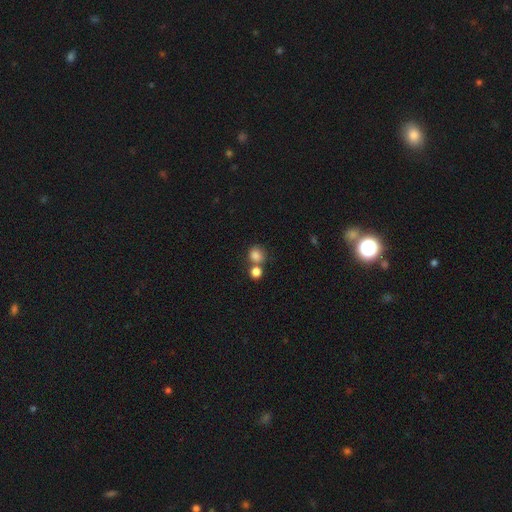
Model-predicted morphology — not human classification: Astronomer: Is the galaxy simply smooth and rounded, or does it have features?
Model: smooth — 83%.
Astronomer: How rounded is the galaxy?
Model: round — 78%.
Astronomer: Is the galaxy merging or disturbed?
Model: none — 52% (runner-up: merger, 35%).